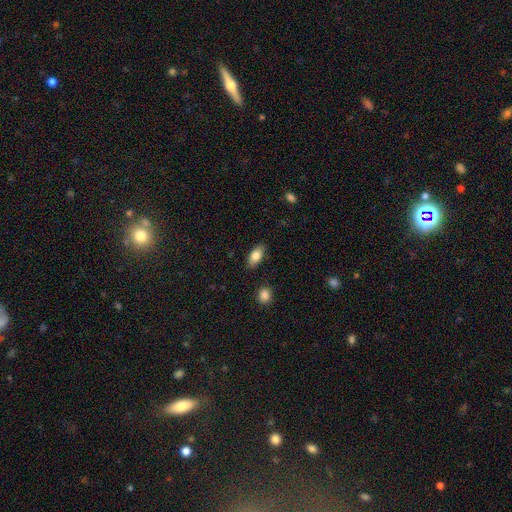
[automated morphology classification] Smooth or featured? Predicted: smooth (p=0.83). How rounded? Predicted: in between (p=0.90). Merging? Predicted: none (p=0.86).